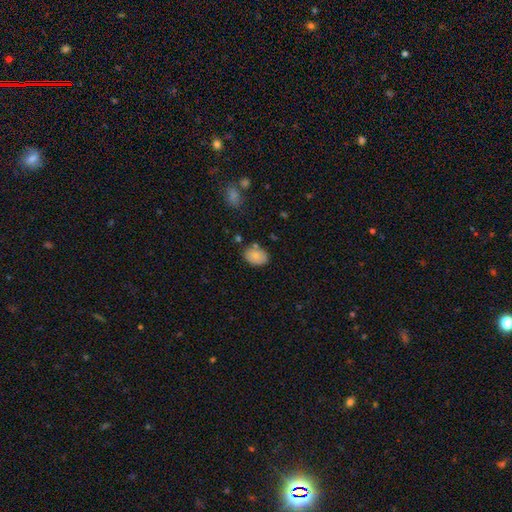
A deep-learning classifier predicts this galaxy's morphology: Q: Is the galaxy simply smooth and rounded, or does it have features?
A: smooth — 80%.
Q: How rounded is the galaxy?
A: in between — 79%.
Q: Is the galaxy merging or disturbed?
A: none — 74%.